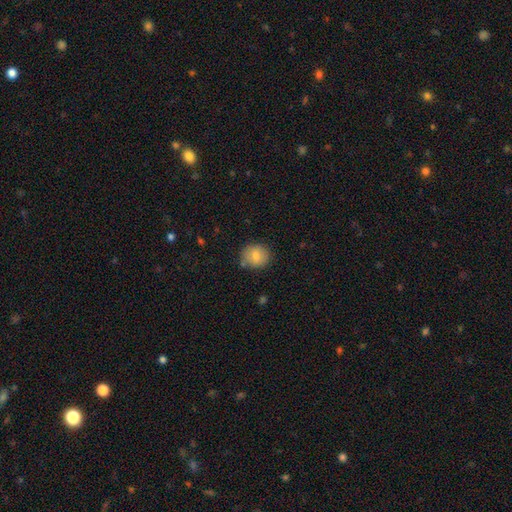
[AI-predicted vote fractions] This is likely a smooth galaxy (77%). How rounded: likely round (79%). Merging: likely none (78%).